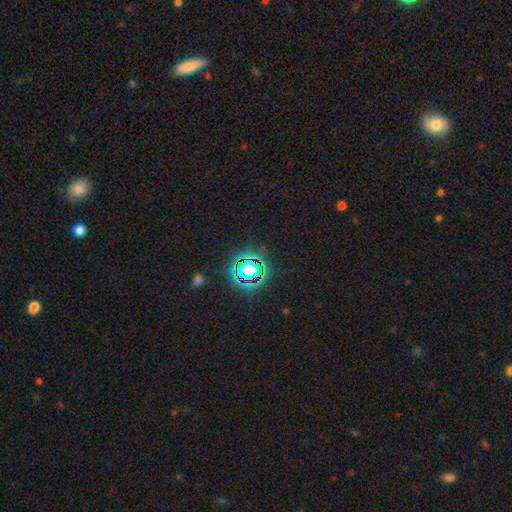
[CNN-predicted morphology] The model was most divided on "smooth or featured": star or artifact: 79%, smooth: 14%, featured or disk: 7%.